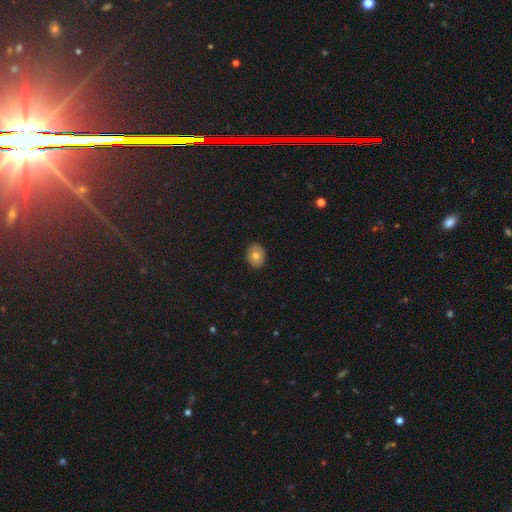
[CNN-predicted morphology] Smooth or featured? smooth (75%)
How rounded? round (53%)
Merging? none (90%)